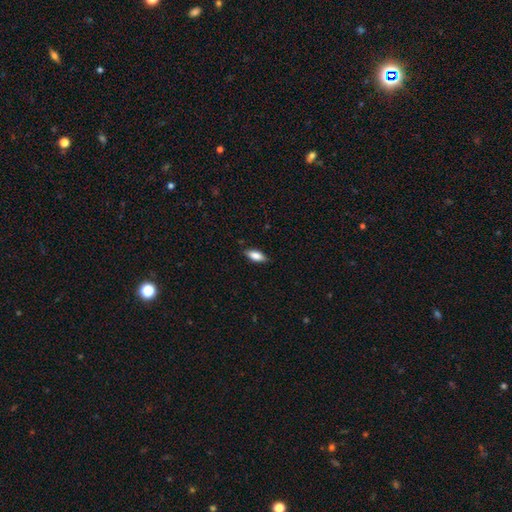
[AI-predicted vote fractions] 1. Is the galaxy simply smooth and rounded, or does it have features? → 83% smooth, 11% featured or disk, 7% star or artifact.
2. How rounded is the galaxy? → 80% in between, 18% cigar-shaped, 2% round.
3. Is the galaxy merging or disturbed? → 85% none, 12% minor disturbance, 2% major disturbance, 1% merger.